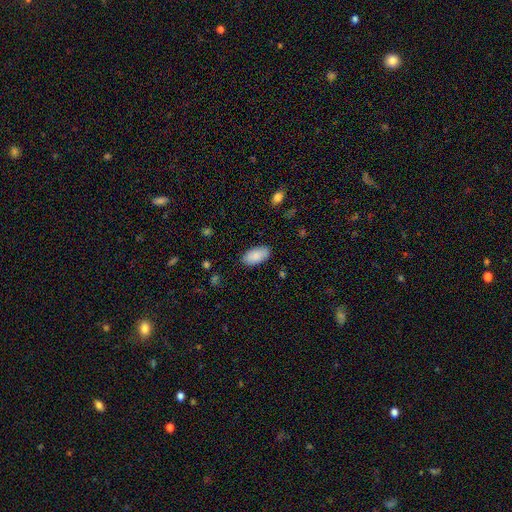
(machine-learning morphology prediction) Smooth or featured? smooth (88%)
How rounded? in between (95%)
Merging? none (87%)